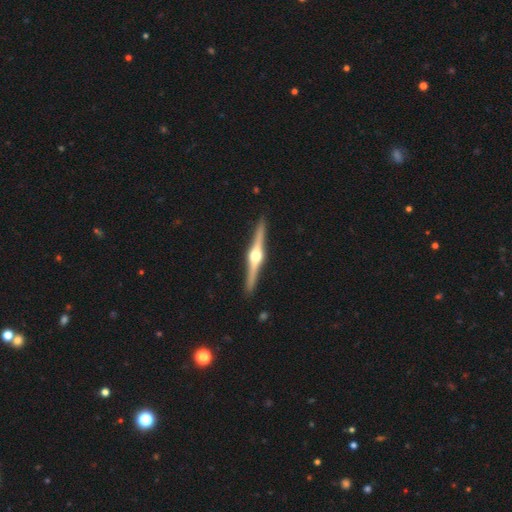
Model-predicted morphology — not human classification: This is clearly a featured or disk galaxy (86%). It is clearly viewed edge-on (99%). Edge-on bulge: clearly rounded (96%). Merging: clearly none (92%).